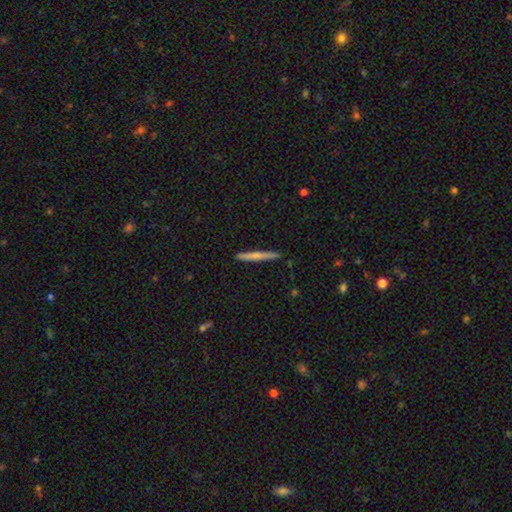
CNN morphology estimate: type=smooth (60%); roundness=cigar-shaped (96%); merging=none (89%).